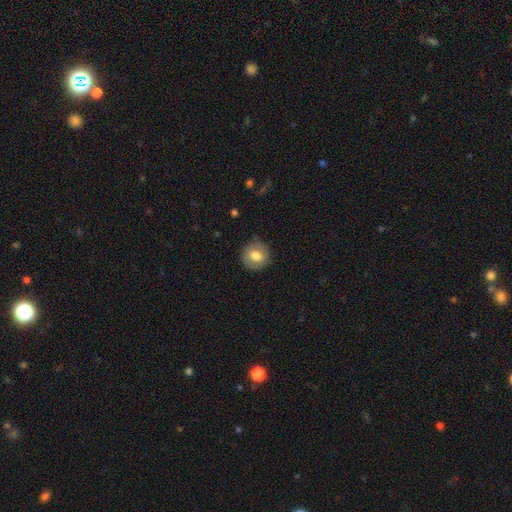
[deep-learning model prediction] The model was most divided on "smooth or featured": smooth: 71%, featured or disk: 21%, star or artifact: 8%. More confident: merging — none (85%); how rounded — round (84%).